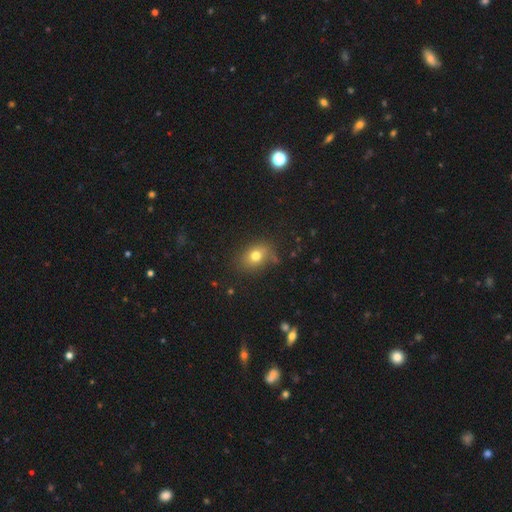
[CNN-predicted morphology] smooth-or-featured: smooth: 75% | star or artifact: 13% | featured or disk: 12%
  how-rounded: in between: 60% | round: 38% | cigar-shaped: 2%
  merging: none: 74% | minor disturbance: 18% | major disturbance: 5% | merger: 3%